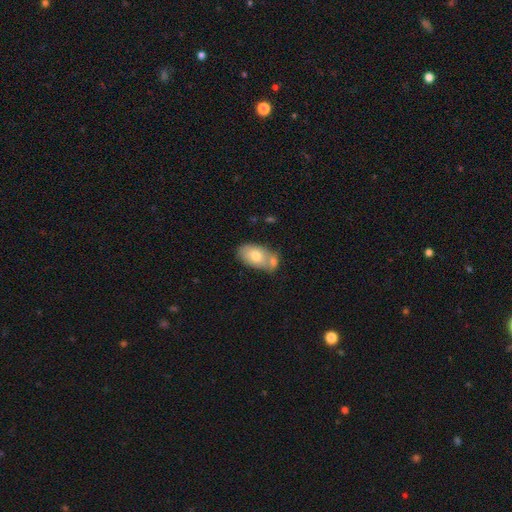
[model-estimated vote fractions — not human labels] The model was most divided on "merging": none: 43%, merger: 37%, minor disturbance: 15%, major disturbance: 4%. More confident: how rounded — in between (91%); smooth or featured — smooth (71%).